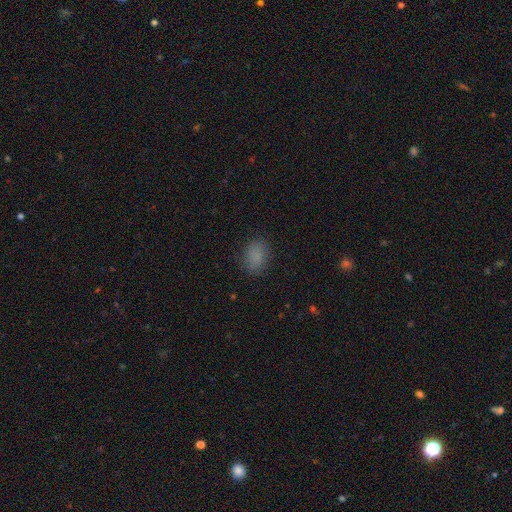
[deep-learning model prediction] This appears to be a smooth galaxy with no disk features (84%) that is in between round and cigar-shaped (75%). Merging: none (83%).